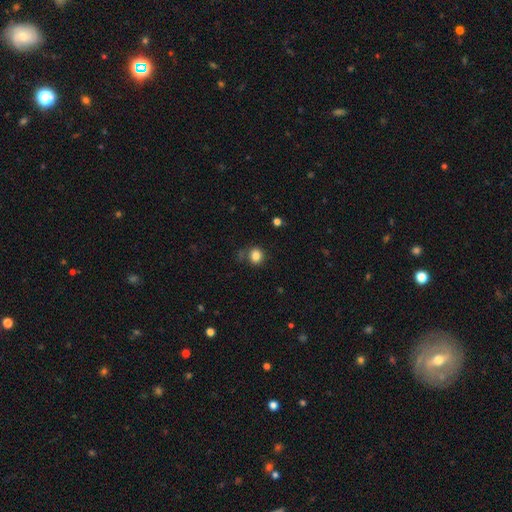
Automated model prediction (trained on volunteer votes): This appears to be a smooth galaxy with no disk features (84%) that is round (81%). Merging: none (77%).